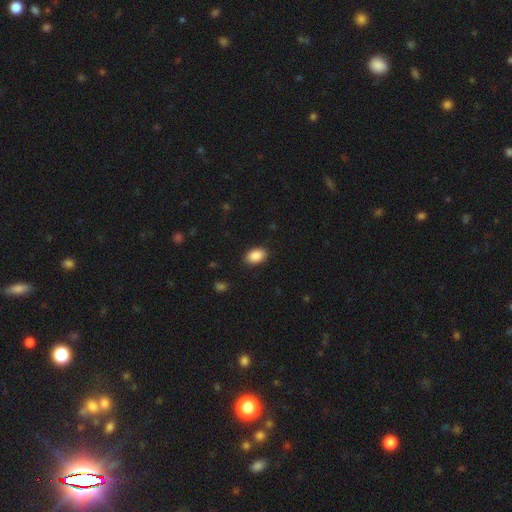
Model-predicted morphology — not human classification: Smooth or featured: smooth — 89% (star or artifact — 7%)
How rounded: in between — 91% (round — 8%)
Merging: none — 89% (minor disturbance — 8%)